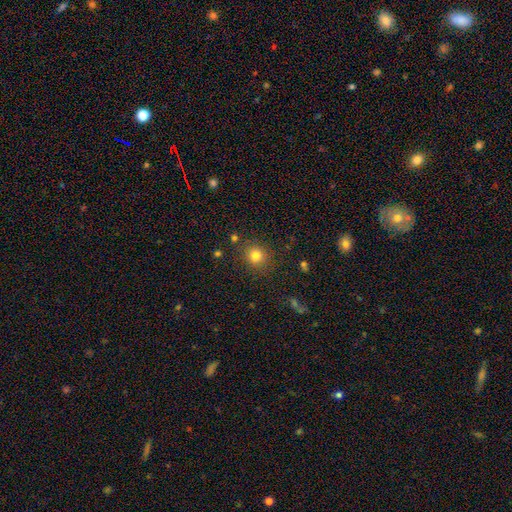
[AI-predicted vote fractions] Smooth or featured?
  - smooth: 80% *
  - star or artifact: 14%
  - featured or disk: 6%
How rounded?
  - round: 86% *
  - in between: 13%
  - cigar-shaped: 1%
Merging?
  - none: 85% *
  - minor disturbance: 8%
  - major disturbance: 3%
  - merger: 3%